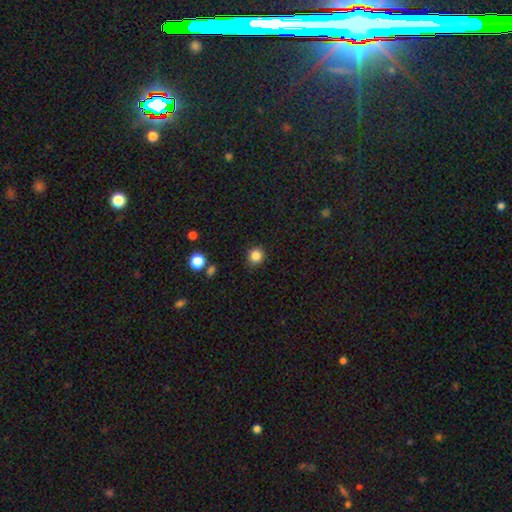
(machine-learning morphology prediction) type=smooth (85%); roundness=round (87%); merging=none (89%).